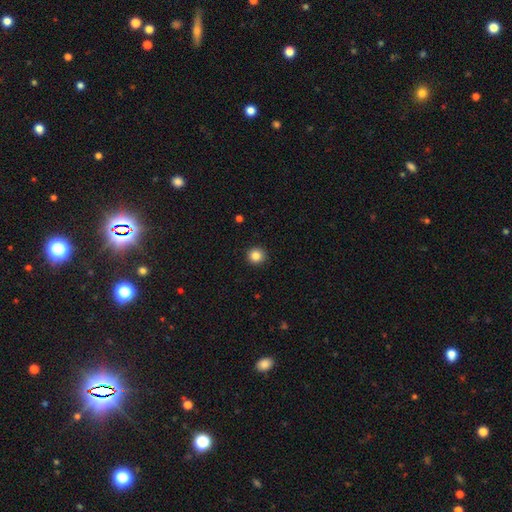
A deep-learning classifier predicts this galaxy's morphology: type=smooth (85%); roundness=round (94%); merging=none (92%).